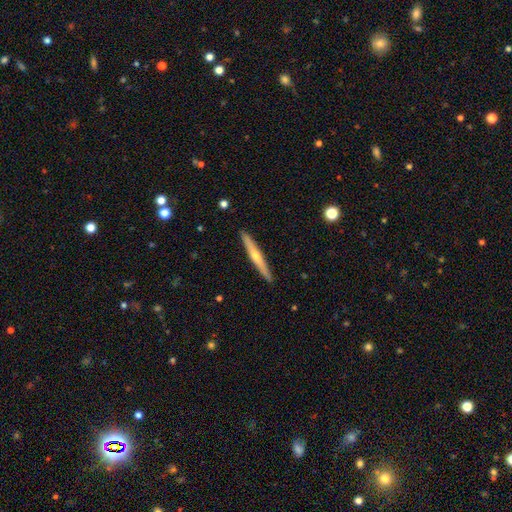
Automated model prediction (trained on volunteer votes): This appears to be a featured or disk galaxy (63%) viewed edge-on (96%) with a rounded central bulge (82%). Merging: none (92%).